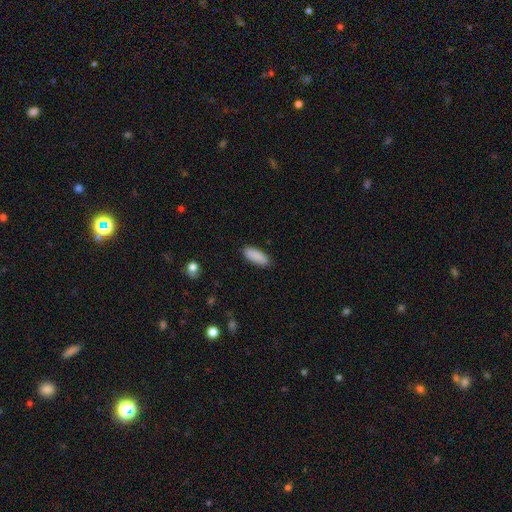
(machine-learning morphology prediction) type=smooth (90%); roundness=in between (76%); merging=none (87%).